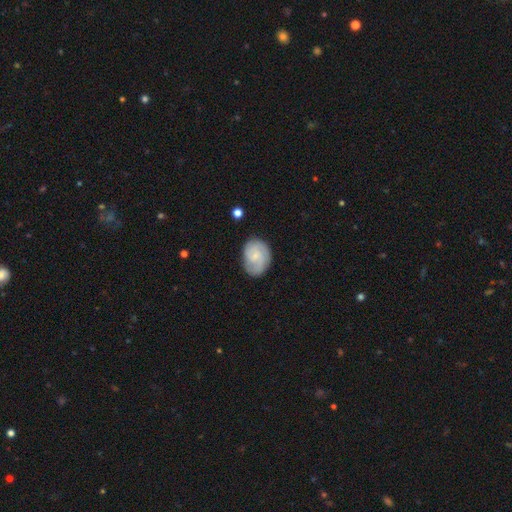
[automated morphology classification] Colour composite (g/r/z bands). It shows a featured or disk galaxy (47%). Merging: none (71%).